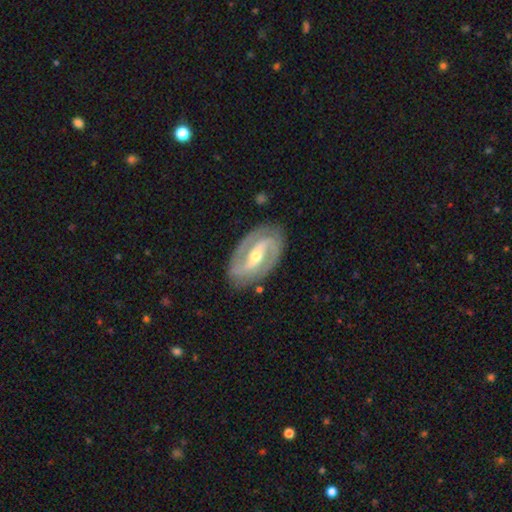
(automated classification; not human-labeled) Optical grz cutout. It shows a featured or disk galaxy (89%) with a strong bar (54%), 2 (91%) medium (46%) spiral arms (95%) and a moderate central bulge (57%). Merging: none (84%).